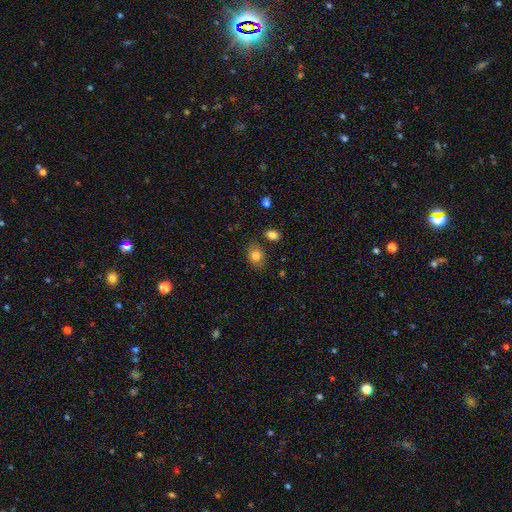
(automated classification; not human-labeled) This appears to be a smooth galaxy with no disk features (82%) that is in between round and cigar-shaped (60%). Merging: none (80%).